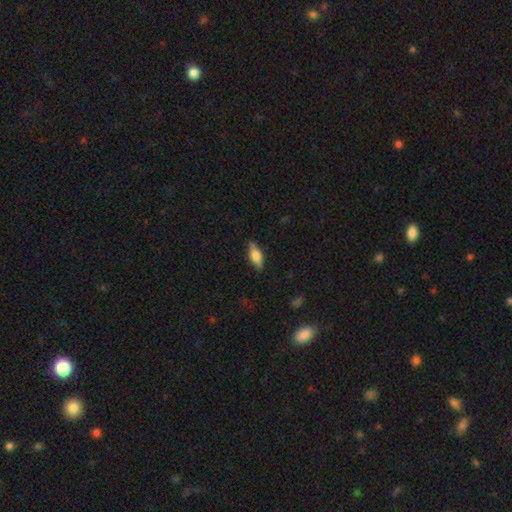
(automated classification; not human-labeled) Q: Smooth or featured?
A: smooth (54%); runner-up: featured or disk (39%)
Q: How rounded?
A: in between (64%); runner-up: cigar-shaped (33%)
Q: Merging?
A: none (85%); runner-up: minor disturbance (12%)